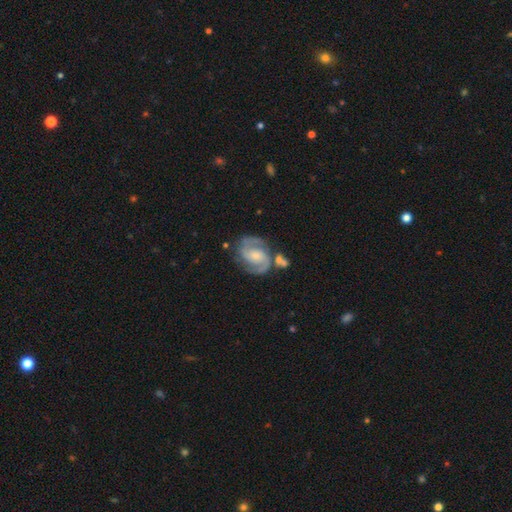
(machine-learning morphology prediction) A featured or disk galaxy (90%) with no bar (47%), 2 (91%) medium (57%) spiral arms (98%) and a small central bulge (44%). Merging: none (67%).